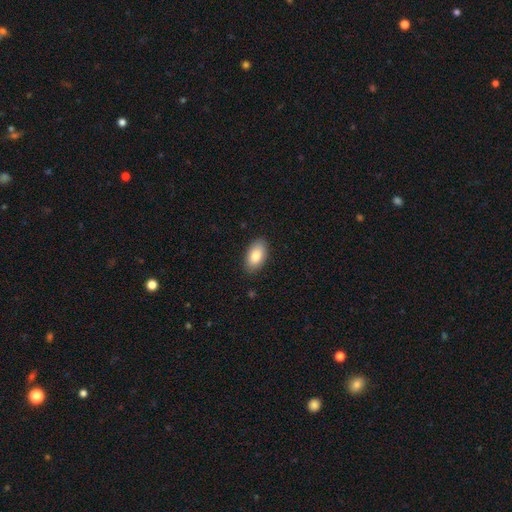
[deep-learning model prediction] smooth_or_featured: smooth (p=0.85) [alt: featured or disk p=0.09]
how_rounded: in between (p=0.94) [alt: round p=0.04]
merging: none (p=0.87) [alt: minor disturbance p=0.10]